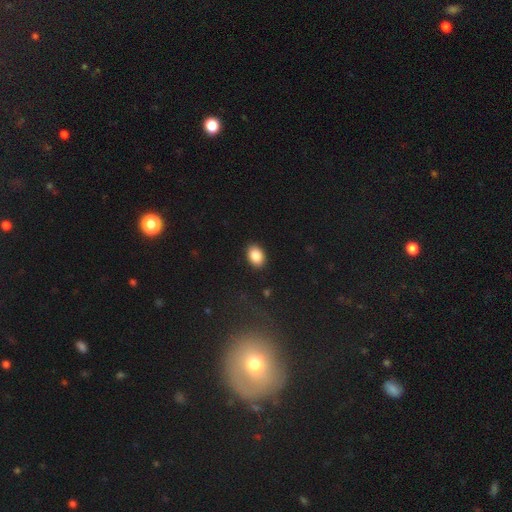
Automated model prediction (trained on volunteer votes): Smooth or featured? Predicted: smooth (p=0.88). How rounded? Predicted: in between (p=0.79). Merging? Predicted: none (p=0.90).